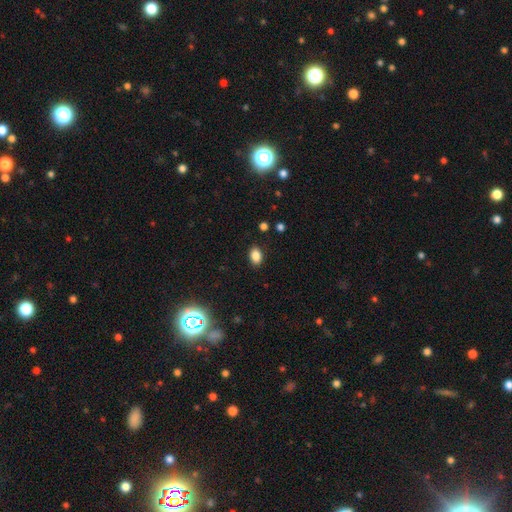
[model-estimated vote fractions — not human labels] The model was most divided on "how rounded": in between: 82%, round: 16%, cigar-shaped: 1%. More confident: merging — none (86%); smooth or featured — smooth (85%).